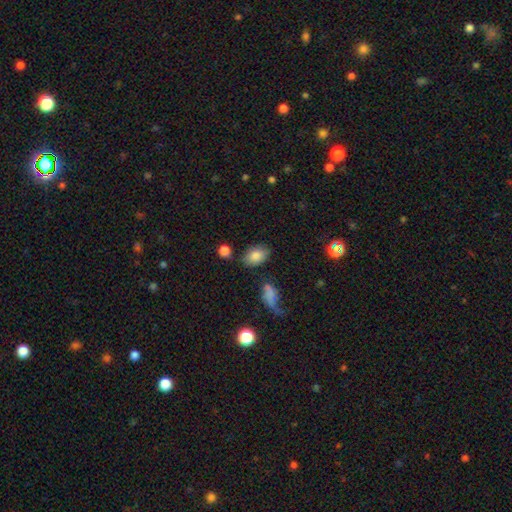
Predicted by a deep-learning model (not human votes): smooth-or-featured: smooth: 83% | star or artifact: 8% | featured or disk: 8%
  how-rounded: in between: 87% | round: 12% | cigar-shaped: 1%
  merging: none: 72% | minor disturbance: 16% | merger: 6% | major disturbance: 5%